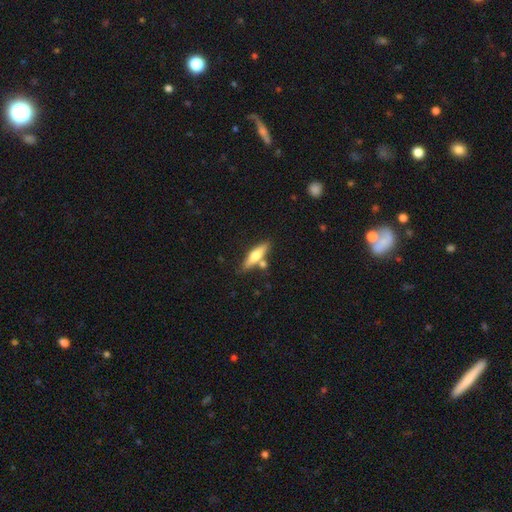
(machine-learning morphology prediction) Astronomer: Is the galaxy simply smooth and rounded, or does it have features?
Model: smooth — 50% (runner-up: featured or disk, 44%).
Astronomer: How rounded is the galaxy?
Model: cigar-shaped — 71%.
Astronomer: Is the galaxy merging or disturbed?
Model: none — 72%.